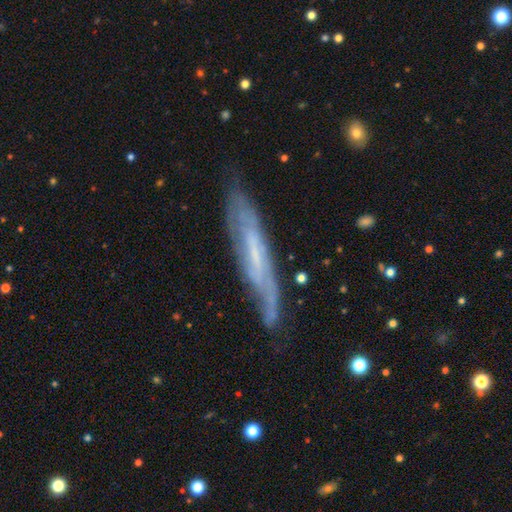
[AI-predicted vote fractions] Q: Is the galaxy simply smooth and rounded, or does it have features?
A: featured or disk — 72%.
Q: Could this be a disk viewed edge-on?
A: yes — 53%.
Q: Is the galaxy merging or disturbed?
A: none — 70%.